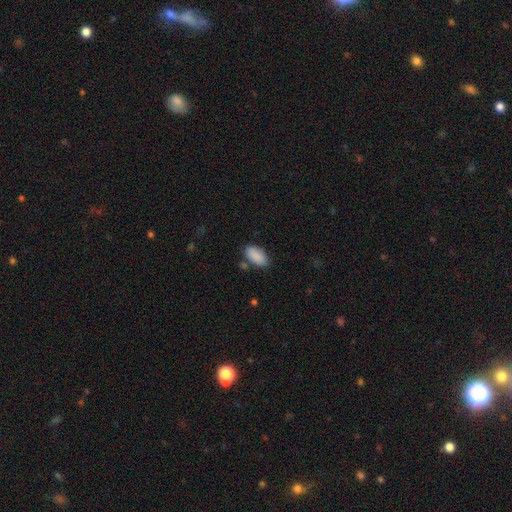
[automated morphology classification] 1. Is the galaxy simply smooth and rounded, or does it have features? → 89% smooth, 7% star or artifact, 4% featured or disk.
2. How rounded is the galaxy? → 94% in between, 4% cigar-shaped, 3% round.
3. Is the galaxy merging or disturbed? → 76% none, 14% minor disturbance, 6% merger, 4% major disturbance.